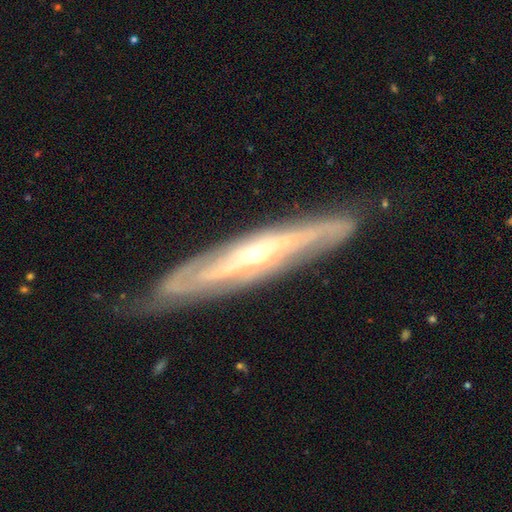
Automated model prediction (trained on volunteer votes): Q: Smooth or featured?
A: featured or disk (83%); runner-up: smooth (12%)
Q: Edge-on disk?
A: yes (51%); runner-up: no (49%)
Q: Merging?
A: none (76%); runner-up: minor disturbance (18%)